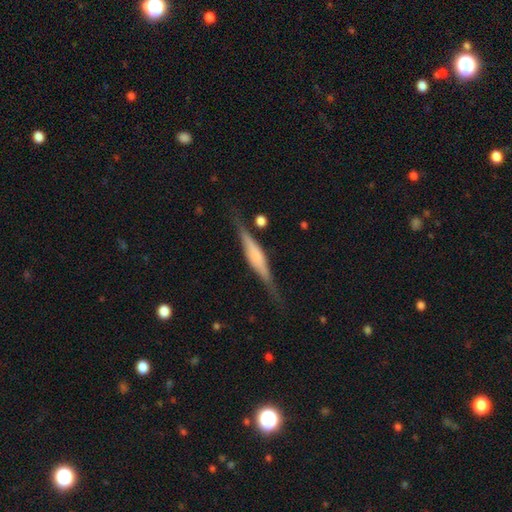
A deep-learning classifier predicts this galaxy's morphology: type=featured or disk (69%); edge-on=yes (96%); edge-on bulge=rounded (60%); merging=none (80%).